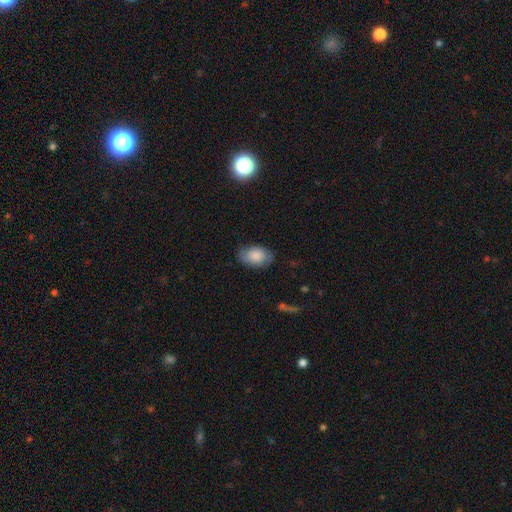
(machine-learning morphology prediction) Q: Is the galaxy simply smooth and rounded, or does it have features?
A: smooth — 84%.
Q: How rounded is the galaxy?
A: in between — 89%.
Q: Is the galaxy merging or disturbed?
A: none — 77%.